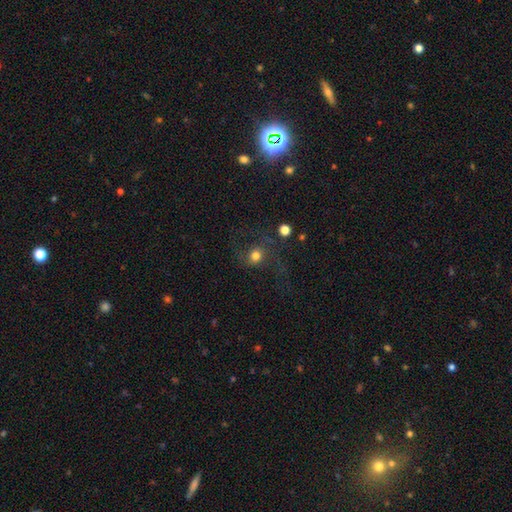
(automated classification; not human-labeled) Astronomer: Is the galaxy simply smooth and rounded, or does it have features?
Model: smooth — 56%.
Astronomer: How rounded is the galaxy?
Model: round — 82%.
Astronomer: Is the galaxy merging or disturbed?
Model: none — 52% (runner-up: major disturbance, 29%).